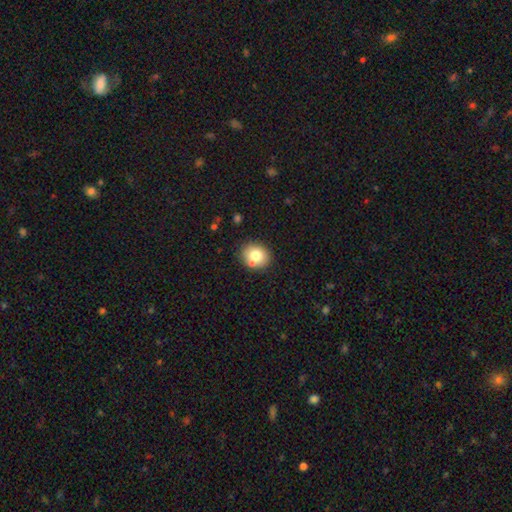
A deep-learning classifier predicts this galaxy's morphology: A smooth galaxy with no disk features (76%) that is round (70%).

Vote fractions:
- Smooth or featured? smooth: 76% / featured or disk: 14% / star or artifact: 10%
- How rounded? round: 70% / in between: 29% / cigar-shaped: 1%
- Merging? none: 74% / minor disturbance: 12% / merger: 11% / major disturbance: 3%